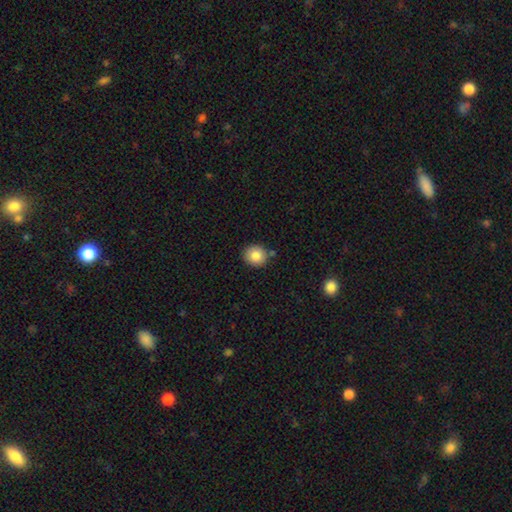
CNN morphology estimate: Smooth or featured: smooth — 84% (star or artifact — 9%)
How rounded: round — 88% (in between — 11%)
Merging: none — 82% (minor disturbance — 10%)